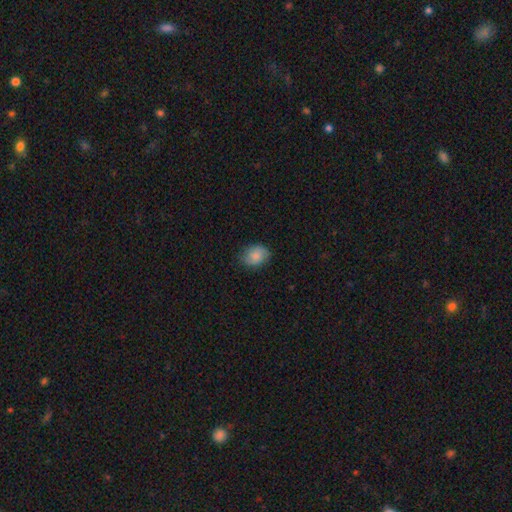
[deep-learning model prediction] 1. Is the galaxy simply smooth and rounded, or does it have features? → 80% smooth, 13% featured or disk, 8% star or artifact.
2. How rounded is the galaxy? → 59% in between, 40% round, 1% cigar-shaped.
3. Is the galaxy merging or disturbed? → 76% none, 18% minor disturbance, 4% major disturbance, 1% merger.